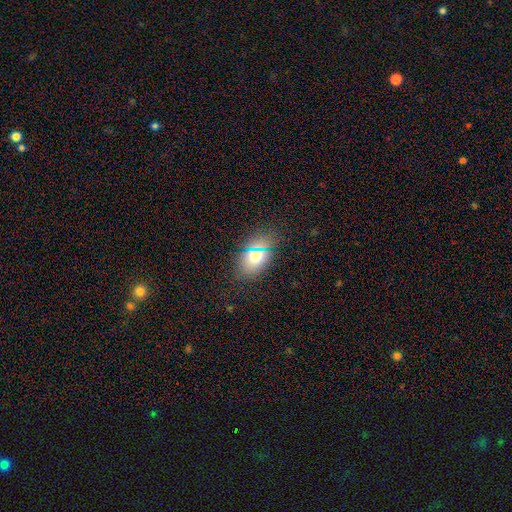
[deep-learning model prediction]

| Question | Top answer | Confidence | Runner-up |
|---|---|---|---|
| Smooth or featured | smooth | 68% | star or artifact (16%) |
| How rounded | in between | 78% | round (20%) |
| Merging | none | 82% | minor disturbance (12%) |